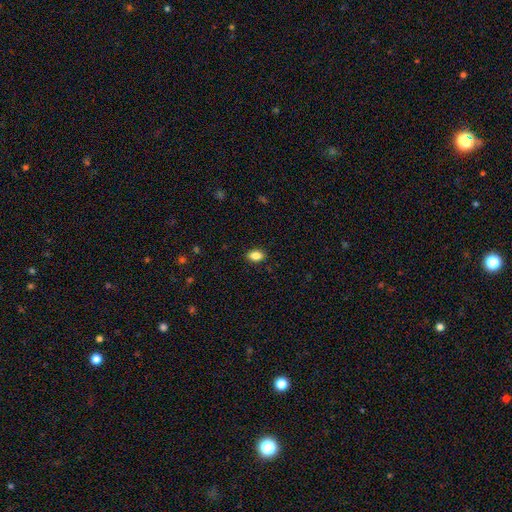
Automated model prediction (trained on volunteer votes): Morphology: type=smooth (85%); roundness=in between (87%); merging=none (89%).